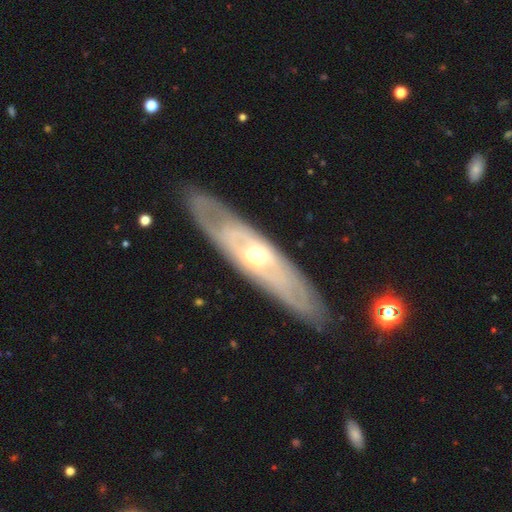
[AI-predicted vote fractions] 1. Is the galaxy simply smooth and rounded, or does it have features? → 77% featured or disk, 18% smooth, 5% star or artifact.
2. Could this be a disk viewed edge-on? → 64% no, 36% yes.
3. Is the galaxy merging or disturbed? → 86% none, 10% minor disturbance, 3% major disturbance, 1% merger.